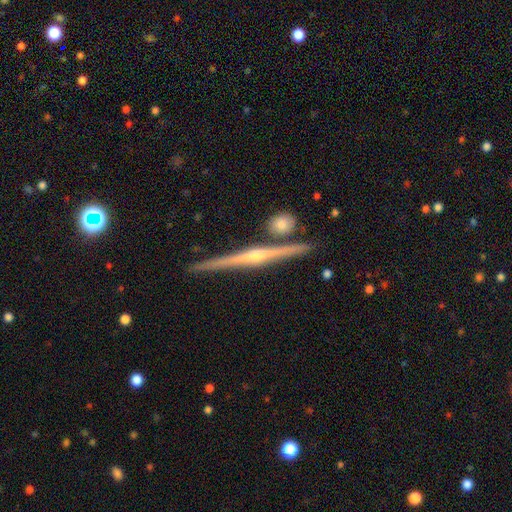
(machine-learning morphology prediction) Q: Smooth or featured?
A: featured or disk (86%); runner-up: smooth (9%)
Q: Edge-on disk?
A: yes (98%); runner-up: no (2%)
Q: Edge-on bulge?
A: rounded (80%); runner-up: none (14%)
Q: Merging?
A: none (86%); runner-up: minor disturbance (7%)